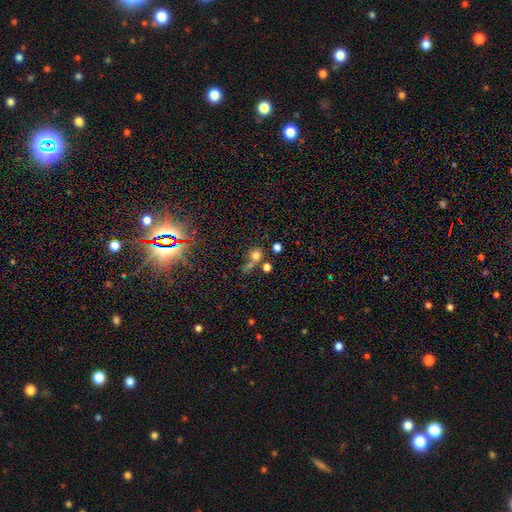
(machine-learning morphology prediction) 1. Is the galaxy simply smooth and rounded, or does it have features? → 67% smooth, 22% star or artifact, 12% featured or disk.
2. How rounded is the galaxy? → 86% round, 13% in between, 1% cigar-shaped.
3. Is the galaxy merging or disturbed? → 48% none, 36% merger, 10% minor disturbance, 7% major disturbance.